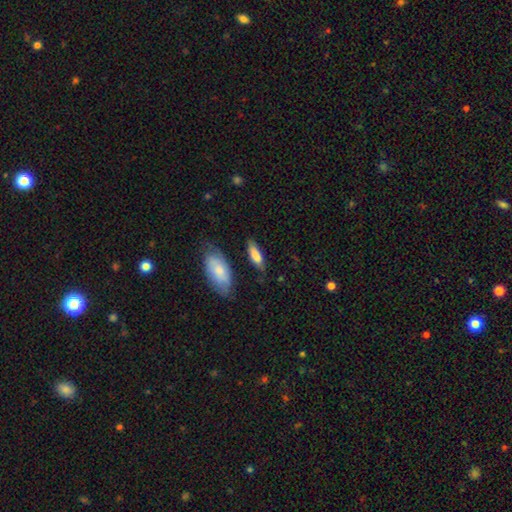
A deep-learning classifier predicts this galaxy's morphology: A smooth galaxy with no disk features (79%) that is in between round and cigar-shaped (62%). Merging: none (67%).